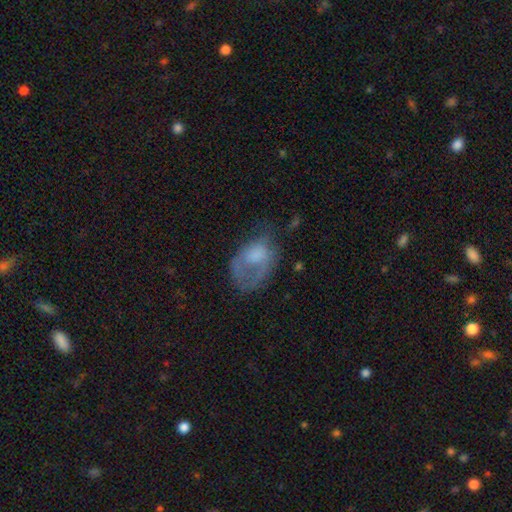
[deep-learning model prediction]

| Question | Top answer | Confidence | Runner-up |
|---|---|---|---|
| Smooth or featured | smooth | 50% | featured or disk (40%) |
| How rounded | in between | 81% | round (17%) |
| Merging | major disturbance | 39% | none (32%) |